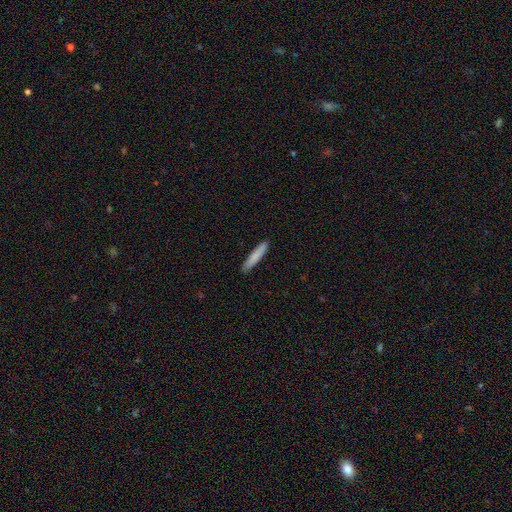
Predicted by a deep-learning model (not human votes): smooth-or-featured: smooth: 83% | featured or disk: 12% | star or artifact: 6%
  how-rounded: cigar-shaped: 93% | in between: 6% | round: 1%
  merging: none: 90% | minor disturbance: 7% | major disturbance: 1% | merger: 1%